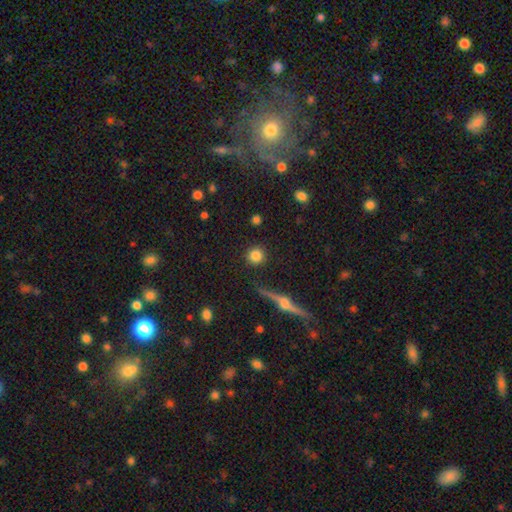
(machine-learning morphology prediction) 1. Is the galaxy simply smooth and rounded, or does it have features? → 81% smooth, 10% star or artifact, 9% featured or disk.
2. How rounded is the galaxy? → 93% round, 6% in between, 2% cigar-shaped.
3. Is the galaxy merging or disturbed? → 89% none, 6% minor disturbance, 3% major disturbance, 2% merger.